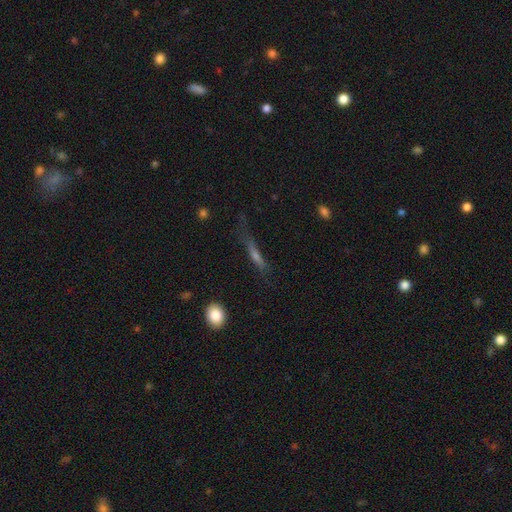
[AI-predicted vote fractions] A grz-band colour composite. It shows a smooth galaxy with no disk features (49%). Merging: none (59%).